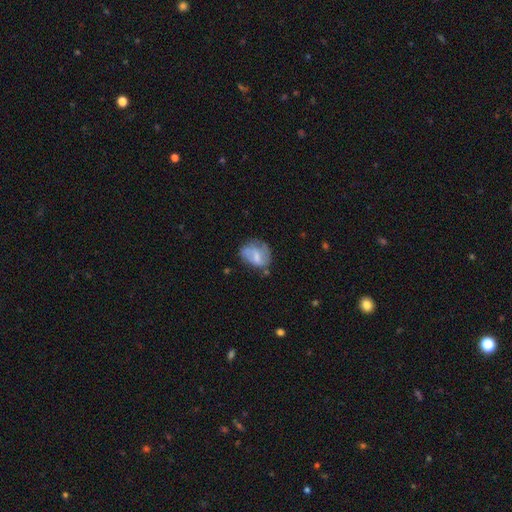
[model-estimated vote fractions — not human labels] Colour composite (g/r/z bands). It shows a smooth galaxy with no disk features (47%). Merging: none (44%).